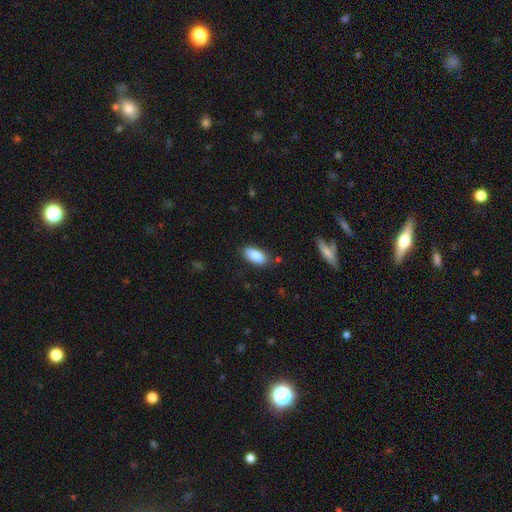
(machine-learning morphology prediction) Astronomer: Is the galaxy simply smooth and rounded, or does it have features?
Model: smooth — 87%.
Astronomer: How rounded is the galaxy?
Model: in between — 89%.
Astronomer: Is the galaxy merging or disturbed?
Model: none — 81%.